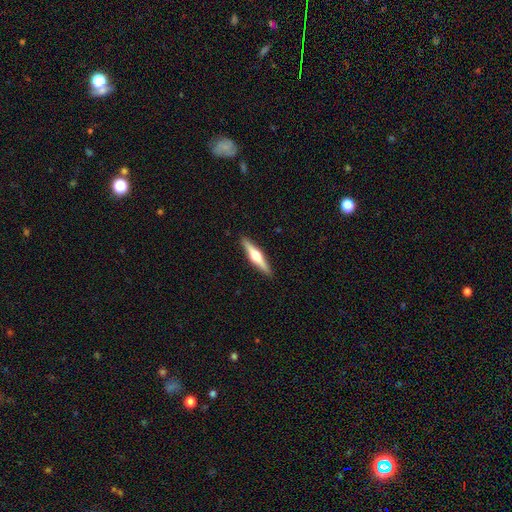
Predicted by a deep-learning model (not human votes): smooth-or-featured: featured or disk: 69% | smooth: 27% | star or artifact: 5%
  disk-edge-on: yes: 98% | no: 2%
    edge-on-bulge: rounded: 96% | boxy: 2% | none: 2%
  merging: none: 92% | minor disturbance: 6% | major disturbance: 1% | merger: 1%